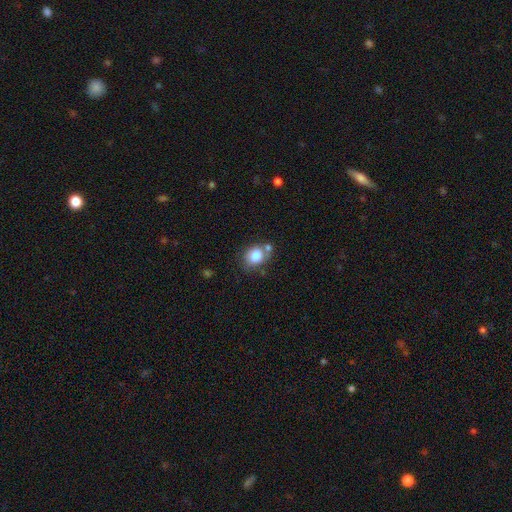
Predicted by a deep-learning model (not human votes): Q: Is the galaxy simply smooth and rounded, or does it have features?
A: smooth — 81%.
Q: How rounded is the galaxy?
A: round — 52%.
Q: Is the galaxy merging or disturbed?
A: none — 58%.